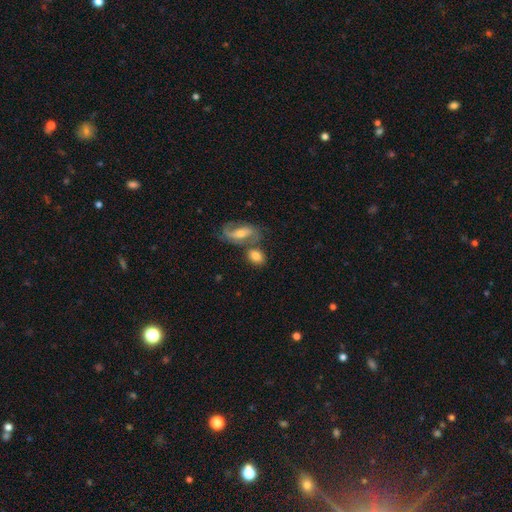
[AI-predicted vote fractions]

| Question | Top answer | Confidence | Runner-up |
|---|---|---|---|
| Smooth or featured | smooth | 65% | featured or disk (27%) |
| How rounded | in between | 74% | round (22%) |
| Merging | none | 52% | merger (30%) |